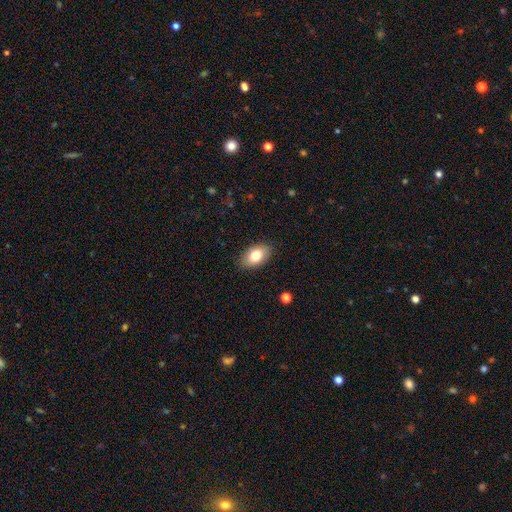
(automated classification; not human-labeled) Q: Smooth or featured?
A: smooth (79%); runner-up: featured or disk (14%)
Q: How rounded?
A: in between (91%); runner-up: round (8%)
Q: Merging?
A: none (87%); runner-up: minor disturbance (10%)